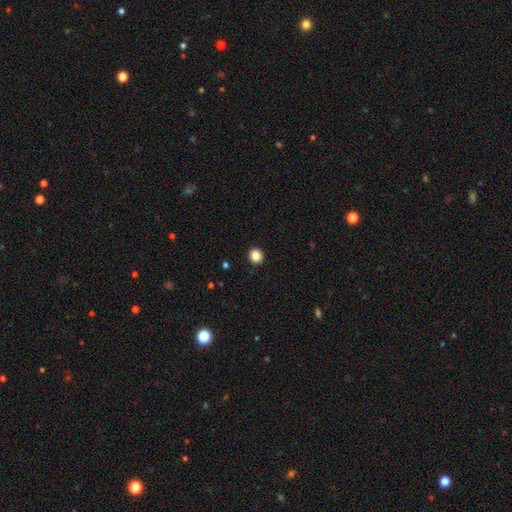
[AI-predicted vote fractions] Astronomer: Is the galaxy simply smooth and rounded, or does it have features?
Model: smooth — 85%.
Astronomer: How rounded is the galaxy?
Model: round — 84%.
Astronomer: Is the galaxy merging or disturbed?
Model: none — 93%.